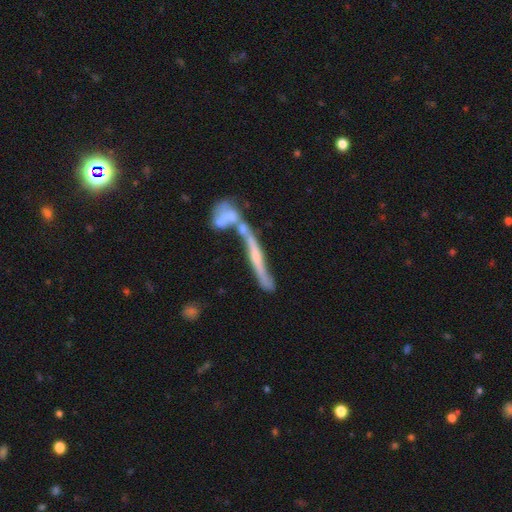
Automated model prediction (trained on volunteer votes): This appears to be a featured or disk galaxy (67%) viewed edge-on (73%). Merging: merger (45%).